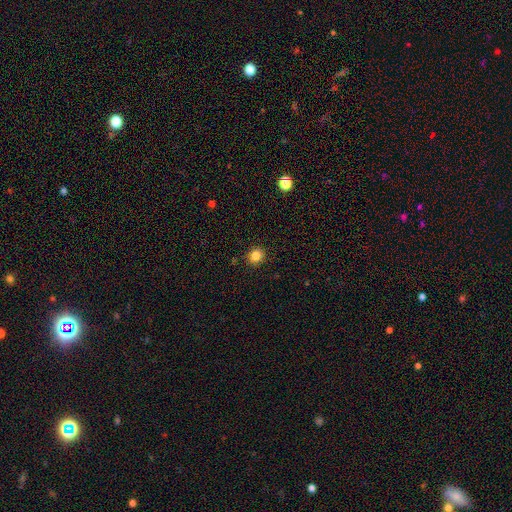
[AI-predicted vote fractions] This is clearly a smooth galaxy (85%). How rounded: likely round (76%). Merging: clearly none (90%).